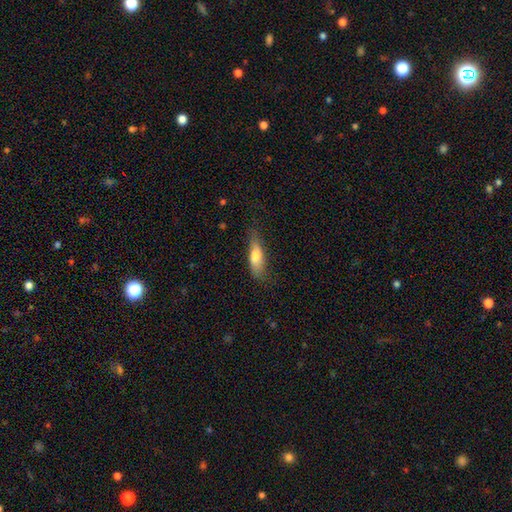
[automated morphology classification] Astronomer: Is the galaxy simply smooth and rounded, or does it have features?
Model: smooth — 71%.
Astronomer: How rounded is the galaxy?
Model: in between — 51% (runner-up: cigar-shaped, 46%).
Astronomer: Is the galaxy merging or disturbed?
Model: none — 58%.